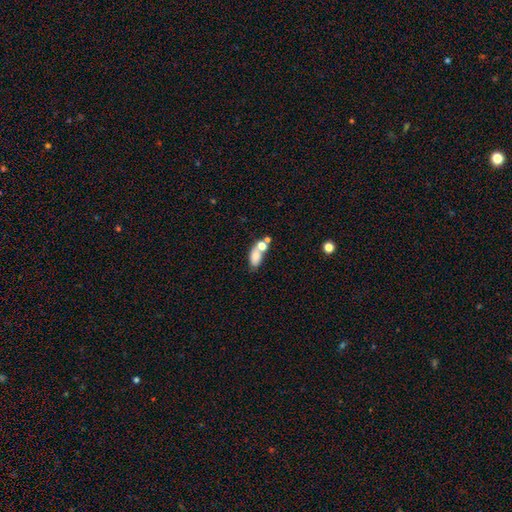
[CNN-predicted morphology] Smooth or featured? Predicted: smooth (p=0.70). How rounded? Predicted: in between (p=0.83). Merging? Predicted: merger (p=0.39, tied with none).